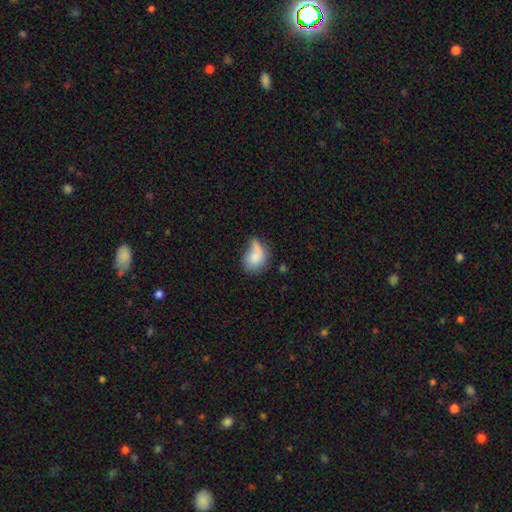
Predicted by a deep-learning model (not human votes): Morphology: type=smooth (71%); roundness=in between (70%); merging=none (31%, tied with minor disturbance).